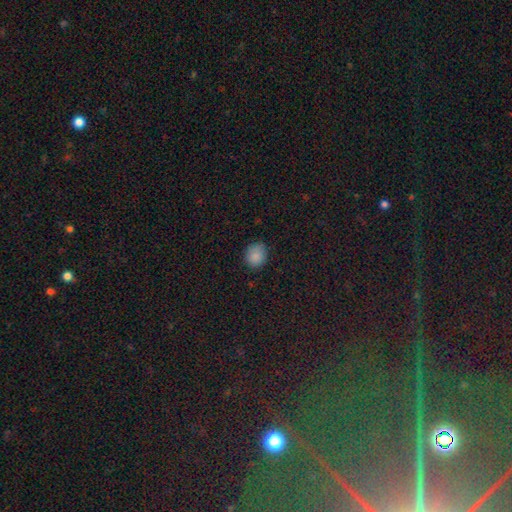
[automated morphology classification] smooth-or-featured: smooth: 85% | star or artifact: 10% | featured or disk: 4%
  how-rounded: round: 73% | in between: 26% | cigar-shaped: 1%
  merging: none: 81% | minor disturbance: 15% | major disturbance: 3% | merger: 1%